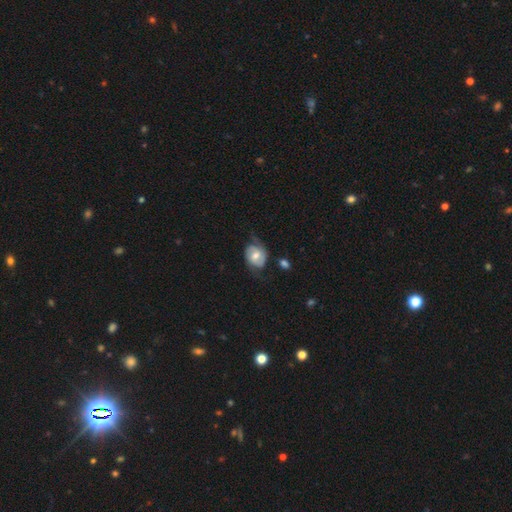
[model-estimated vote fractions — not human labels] This is possibly a featured or disk galaxy (55%). It is clearly not viewed edge-on (96%). Bar: possibly no (56%). Spiral arm pattern: likely yes (80%). Central bulge: likely moderate (67%). Merging: possibly none (53%).